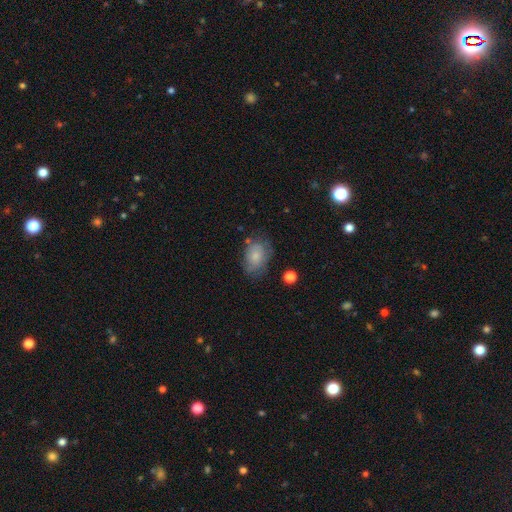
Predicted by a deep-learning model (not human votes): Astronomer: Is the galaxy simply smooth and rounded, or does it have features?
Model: smooth — 70%.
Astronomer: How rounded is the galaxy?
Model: in between — 79%.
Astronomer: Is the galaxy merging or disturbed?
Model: none — 61%.